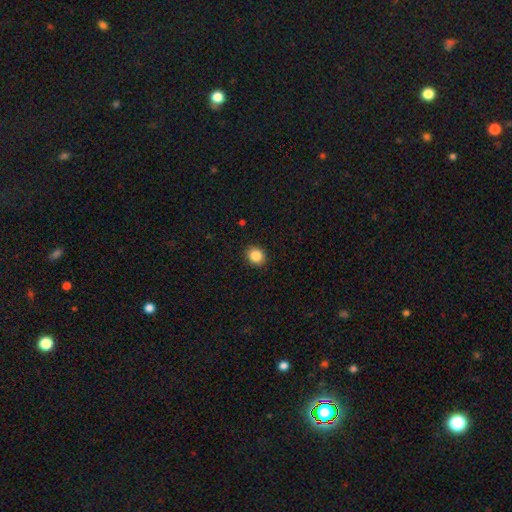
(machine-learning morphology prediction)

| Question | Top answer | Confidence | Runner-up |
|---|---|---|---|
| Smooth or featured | smooth | 85% | star or artifact (10%) |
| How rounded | round | 76% | in between (23%) |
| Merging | none | 91% | minor disturbance (6%) |